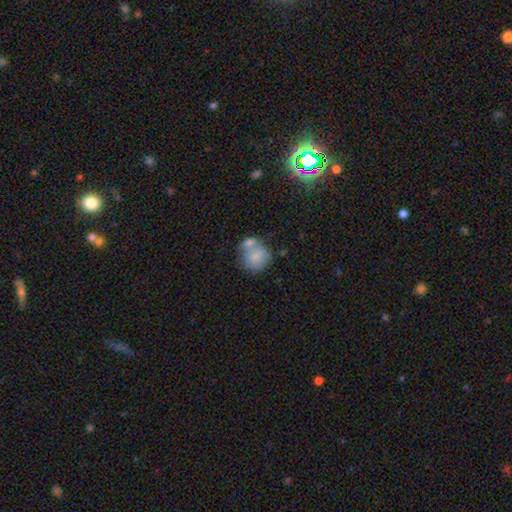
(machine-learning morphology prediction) A smooth galaxy with no disk features (78%) that is round (76%). Merging: merger (49%).